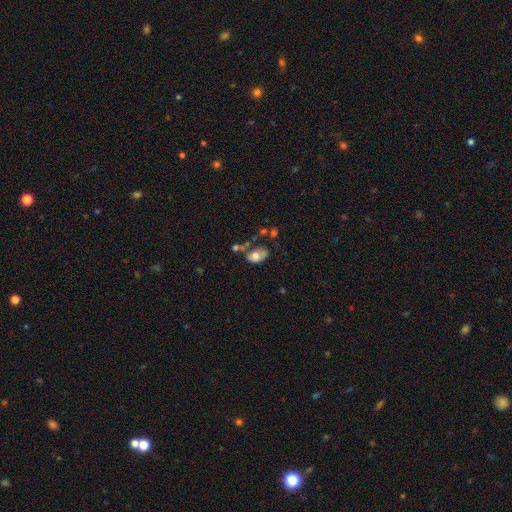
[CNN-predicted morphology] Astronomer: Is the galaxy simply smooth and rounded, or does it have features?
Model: smooth — 65%.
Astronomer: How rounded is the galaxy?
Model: in between — 87%.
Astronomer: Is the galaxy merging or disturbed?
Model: none — 33% (runner-up: merger, 26%).